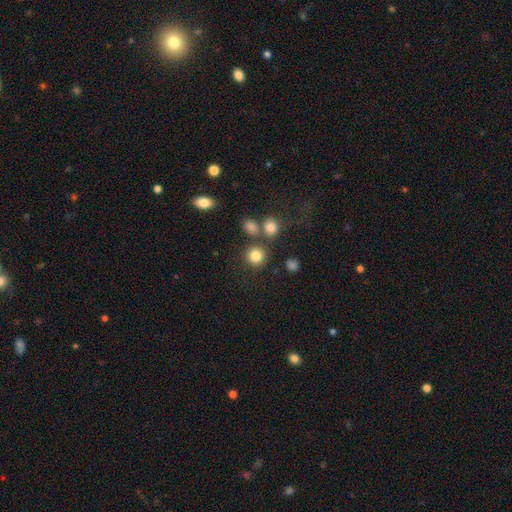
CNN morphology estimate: This appears to be a smooth galaxy with no disk features (82%) that is round (90%). Merging: none (77%).